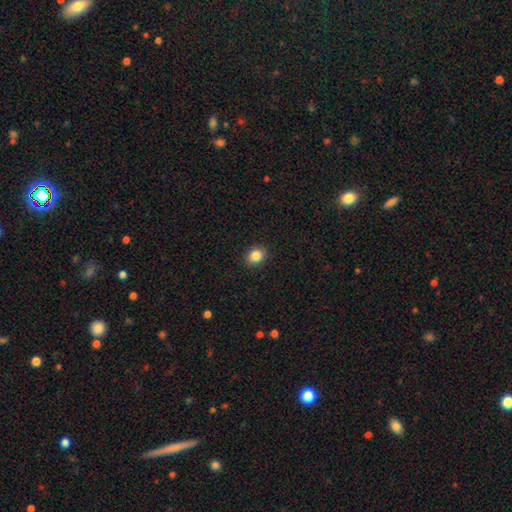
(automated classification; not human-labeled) This appears to be a smooth galaxy with no disk features (86%) that is round (63%). Merging: none (91%).